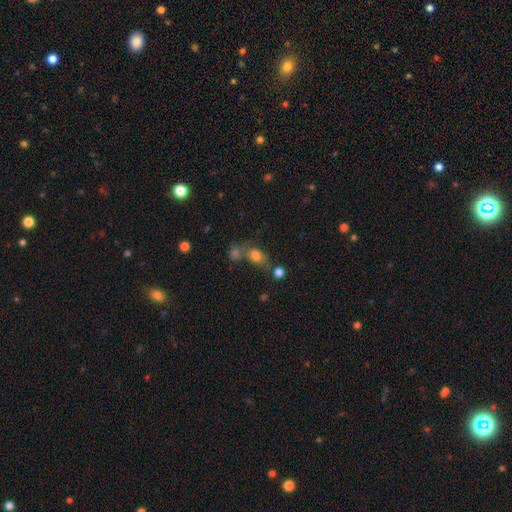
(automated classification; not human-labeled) Smooth or featured? smooth (74%)
How rounded? in between (62%)
Merging? none (43%)